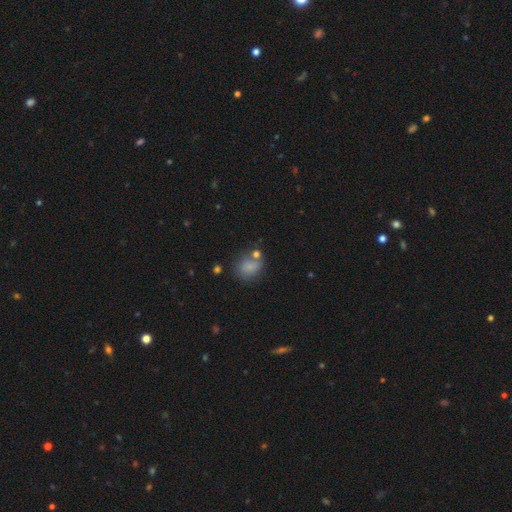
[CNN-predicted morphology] Smooth or featured? Predicted: smooth (p=0.74). How rounded? Predicted: round (p=0.54). Merging? Predicted: none (p=0.67).